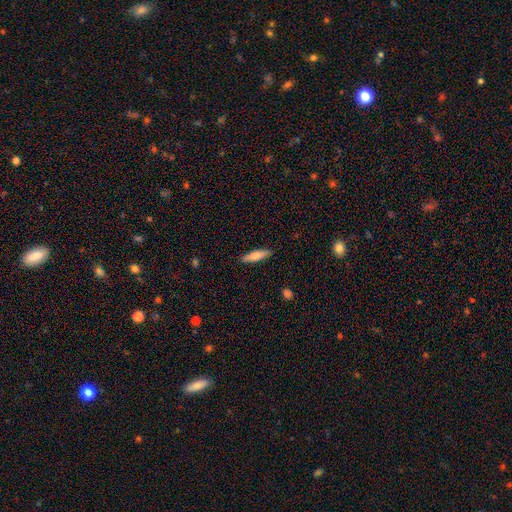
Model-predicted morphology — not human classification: Smooth or featured? Predicted: smooth (p=0.66). How rounded? Predicted: cigar-shaped (p=0.69). Merging? Predicted: none (p=0.89).